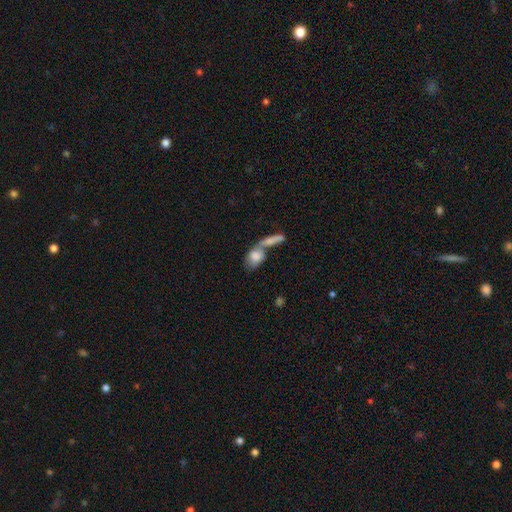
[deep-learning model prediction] Morphology: type=smooth (73%); roundness=in between (74%); merging=merger (63%).